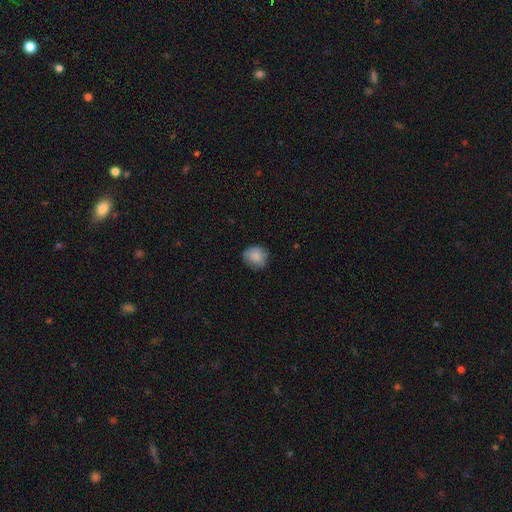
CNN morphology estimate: This is clearly a smooth galaxy (85%). How rounded: likely round (79%). Merging: likely none (78%).